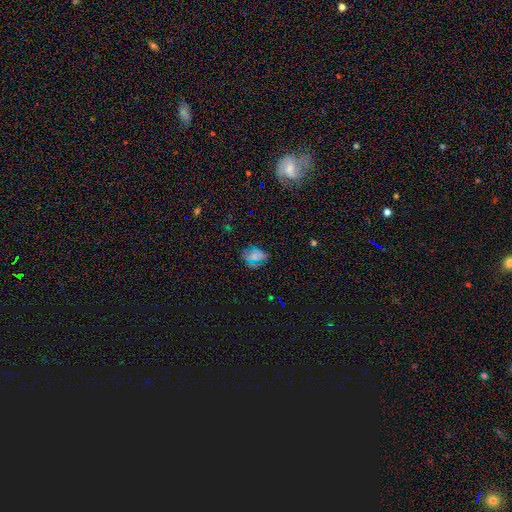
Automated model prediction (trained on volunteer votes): The model was most divided on "smooth or featured": smooth: 60%, star or artifact: 30%, featured or disk: 11%. More confident: merging — none (73%); how rounded — in between (68%).